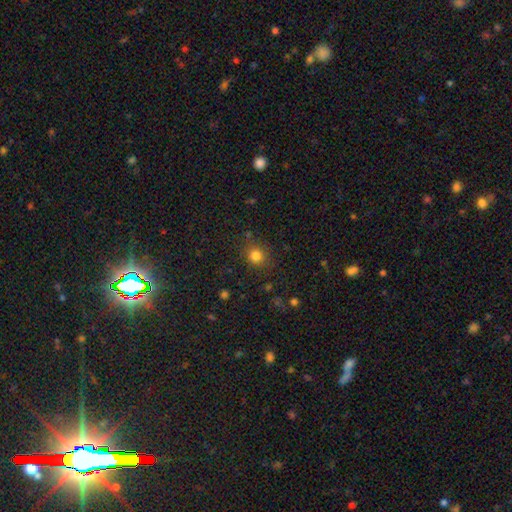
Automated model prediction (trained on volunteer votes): Smooth or featured? Predicted: smooth (p=0.81). How rounded? Predicted: round (p=0.85). Merging? Predicted: none (p=0.83).